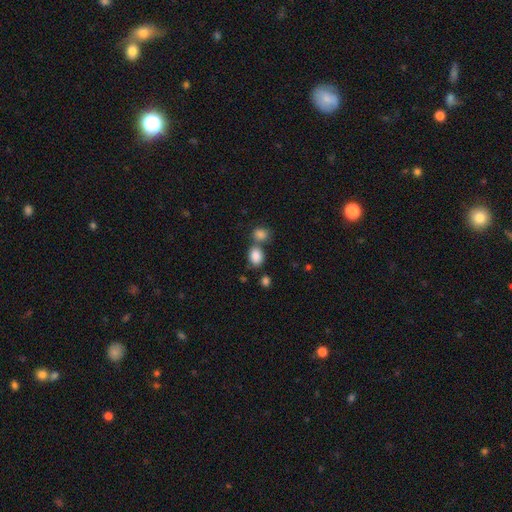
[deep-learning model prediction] Q: Smooth or featured?
A: smooth (85%); runner-up: star or artifact (9%)
Q: How rounded?
A: in between (60%); runner-up: round (39%)
Q: Merging?
A: none (51%); runner-up: merger (34%)